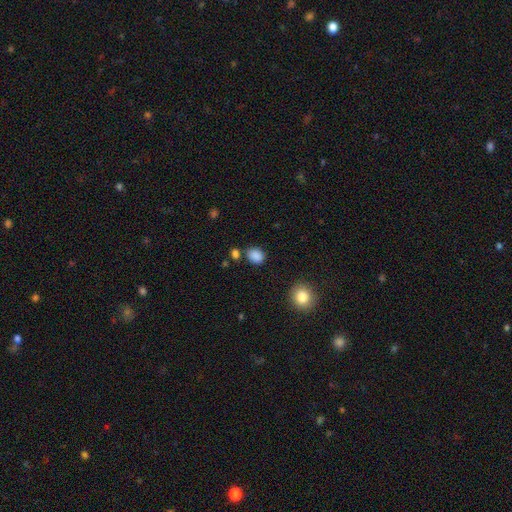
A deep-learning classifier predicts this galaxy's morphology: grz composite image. It shows a smooth galaxy with no disk features (87%) that is in between round and cigar-shaped (54%). Merging: none (76%).